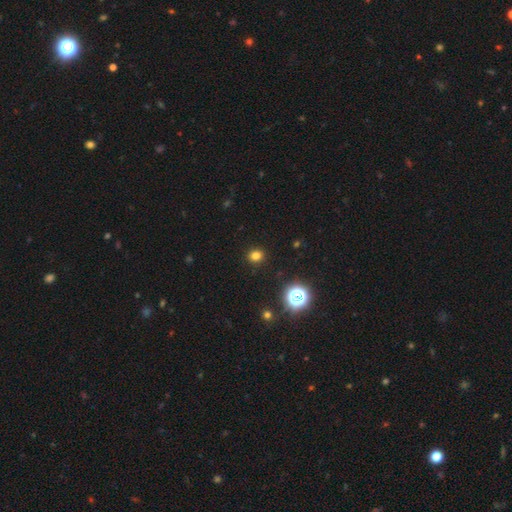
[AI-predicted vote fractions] A smooth galaxy with no disk features (78%) that is round (80%).

Vote fractions:
- Smooth or featured? smooth: 78% / star or artifact: 18% / featured or disk: 5%
- How rounded? round: 80% / in between: 19% / cigar-shaped: 1%
- Merging? none: 91% / minor disturbance: 6% / major disturbance: 2% / merger: 1%